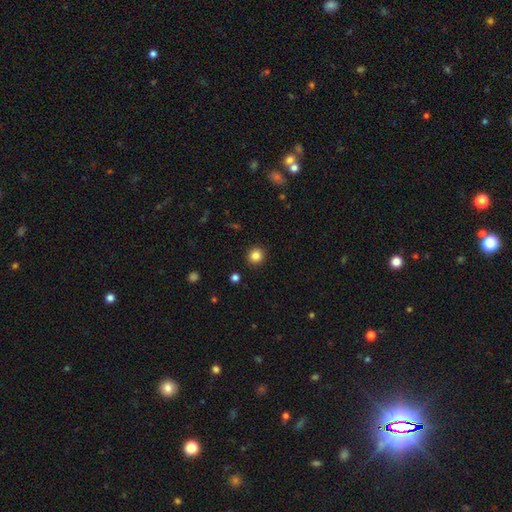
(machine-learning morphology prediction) Q: Smooth or featured?
A: smooth (84%); runner-up: star or artifact (11%)
Q: How rounded?
A: round (90%); runner-up: in between (9%)
Q: Merging?
A: none (92%); runner-up: minor disturbance (5%)